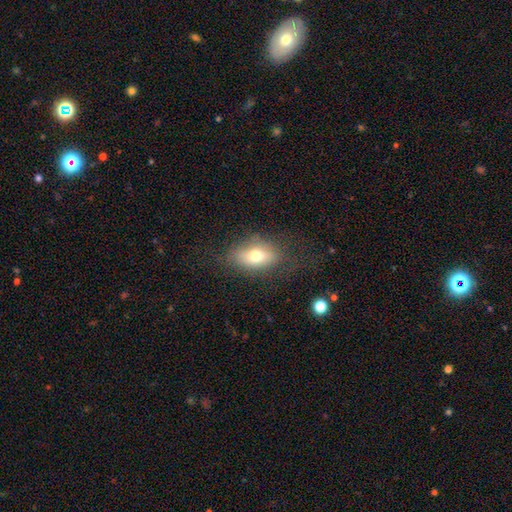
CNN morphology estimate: Smooth or featured? smooth (70%)
How rounded? in between (82%)
Merging? none (70%)